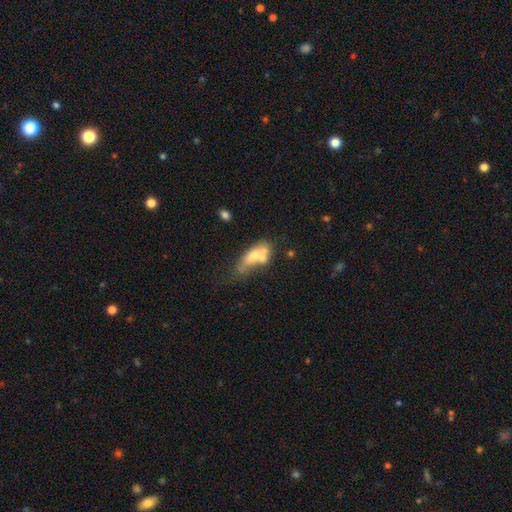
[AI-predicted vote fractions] A smooth galaxy with no disk features (51%) that is in between round and cigar-shaped (71%). Merging: merger (48%).